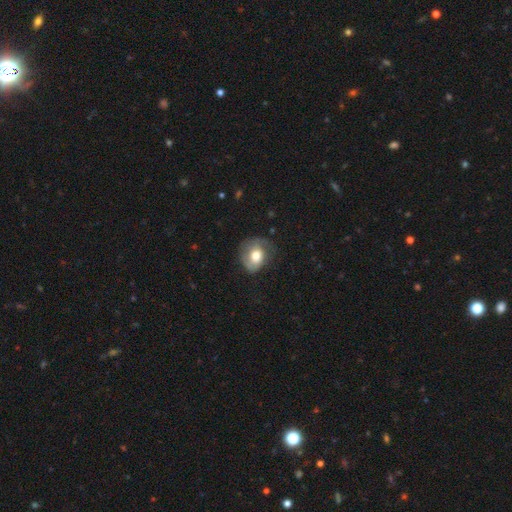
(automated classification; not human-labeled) Smooth or featured? Predicted: smooth (p=0.59). How rounded? Predicted: round (p=0.57). Merging? Predicted: none (p=0.50).